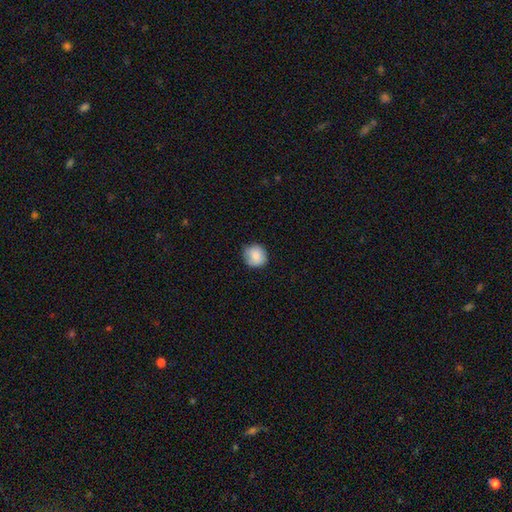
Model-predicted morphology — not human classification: smooth 82%, featured or disk 11%, star or artifact 8%. Down the decision tree: how rounded — round (89%); merging — none (81%).